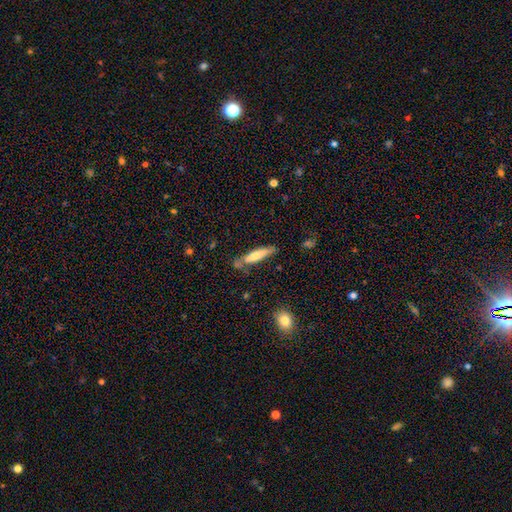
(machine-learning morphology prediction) smooth-or-featured: smooth: 64% | featured or disk: 30% | star or artifact: 6%
  how-rounded: cigar-shaped: 84% | in between: 14% | round: 1%
  merging: none: 71% | minor disturbance: 18% | merger: 8% | major disturbance: 4%